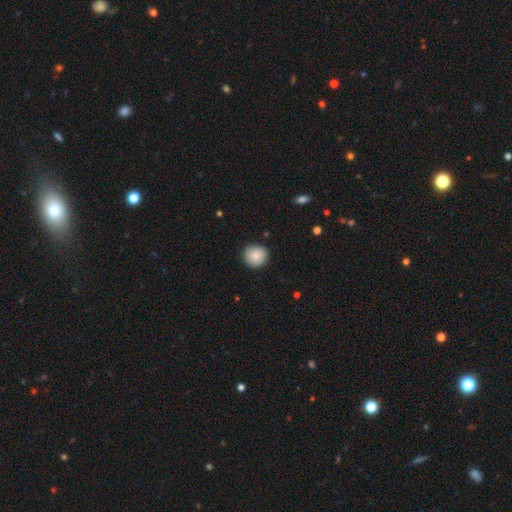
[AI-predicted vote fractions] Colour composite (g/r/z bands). It shows a smooth galaxy with no disk features (82%) that is round (94%). Merging: none (86%).